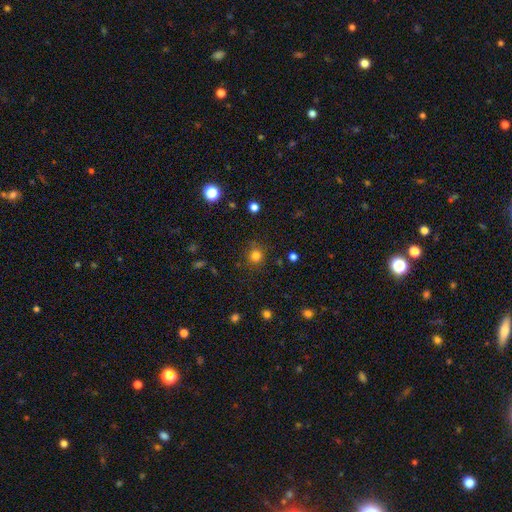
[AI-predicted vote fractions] smooth 80%, star or artifact 15%, featured or disk 5%. Down the decision tree: how rounded — round (91%); merging — none (85%).